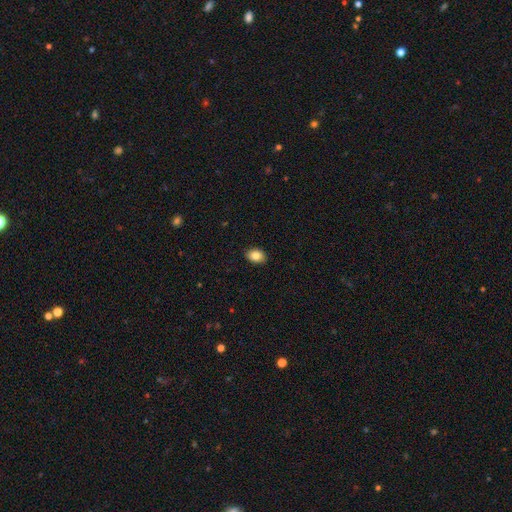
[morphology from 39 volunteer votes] Smooth or featured?
  - smooth: 85% *
  - featured or disk: 8%
  - star or artifact: 8%
How rounded?
  - in between: 79% *
  - round: 21%
  - cigar-shaped: 0%
Merging?
  - none: 92% *
  - minor disturbance: 8%
  - major disturbance: 0%
  - merger: 0%